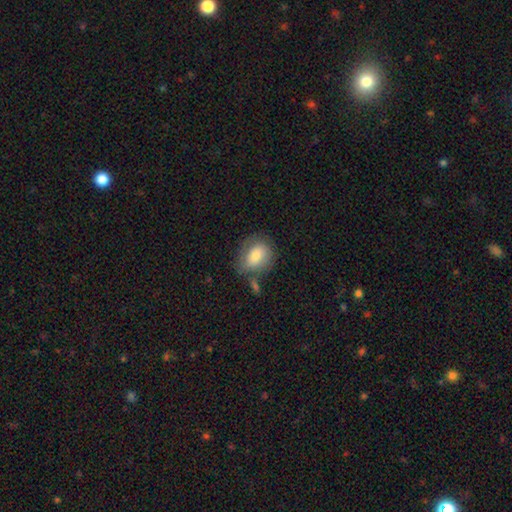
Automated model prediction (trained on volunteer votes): Overall: smooth (76%). How rounded: in between (58%; round 41%). Merging: none (59%; minor disturbance 21%).